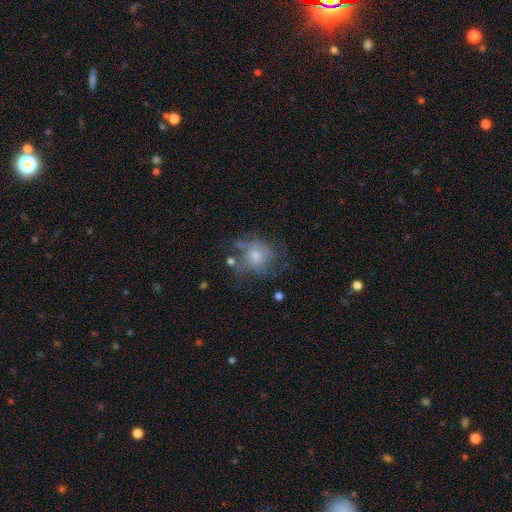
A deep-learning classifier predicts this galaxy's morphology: This appears to be a featured or disk galaxy (47%). Merging: none (50%).